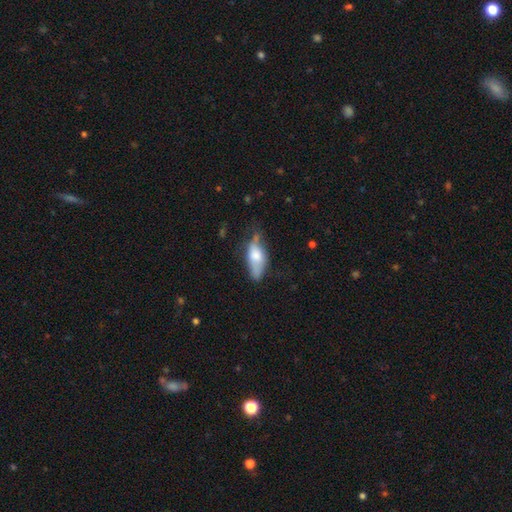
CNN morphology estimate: Smooth or featured?
  - smooth: 61% *
  - featured or disk: 32%
  - star or artifact: 7%
How rounded?
  - in between: 74% *
  - cigar-shaped: 23%
  - round: 3%
Merging?
  - none: 43% *
  - minor disturbance: 35%
  - major disturbance: 17%
  - merger: 6%